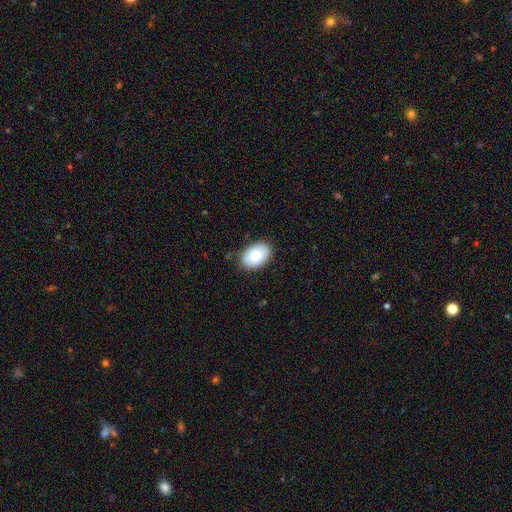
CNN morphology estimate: Smooth or featured? Predicted: smooth (p=0.75). How rounded? Predicted: in between (p=0.85). Merging? Predicted: none (p=0.83).